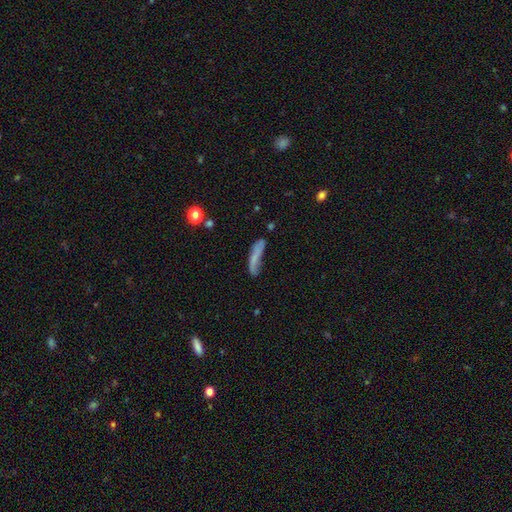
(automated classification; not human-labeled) A smooth galaxy with no disk features (60%) that is cigar-shaped (76%).

Vote fractions:
- Smooth or featured? smooth: 60% / featured or disk: 29% / star or artifact: 11%
- How rounded? cigar-shaped: 76% / in between: 21% / round: 3%
- Merging? none: 46% / minor disturbance: 28% / major disturbance: 18% / merger: 8%